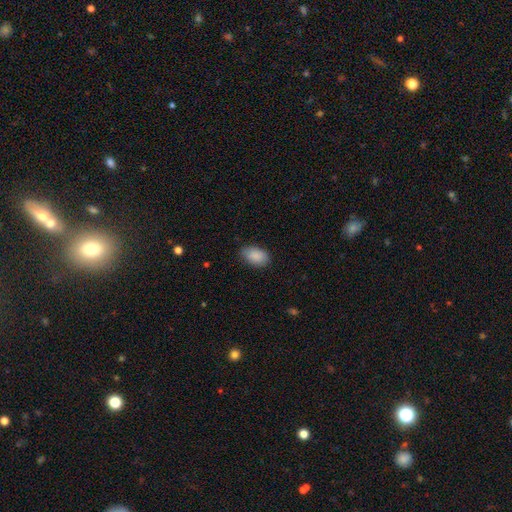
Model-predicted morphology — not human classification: A smooth galaxy with no disk features (90%) that is in between round and cigar-shaped (92%).

Vote fractions:
- Smooth or featured? smooth: 90% / star or artifact: 7% / featured or disk: 4%
- How rounded? in between: 92% / round: 6% / cigar-shaped: 1%
- Merging? none: 83% / minor disturbance: 13% / major disturbance: 3% / merger: 1%